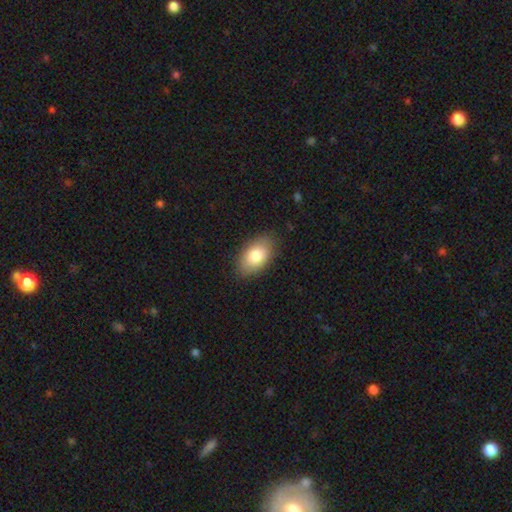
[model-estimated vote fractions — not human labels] Smooth or featured: smooth — 82% (featured or disk — 11%)
How rounded: in between — 92% (round — 6%)
Merging: none — 84% (minor disturbance — 12%)